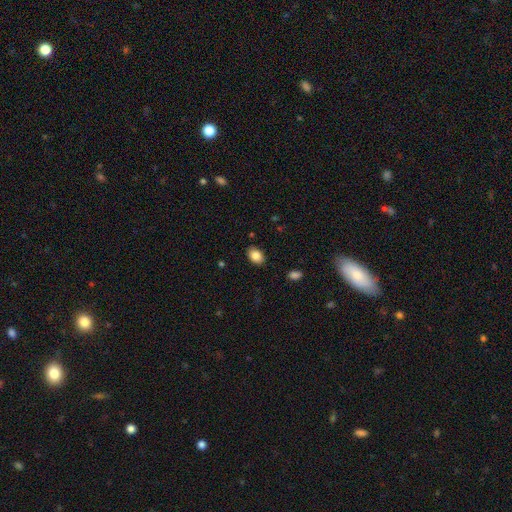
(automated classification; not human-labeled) A smooth galaxy with no disk features (86%) that is in between round and cigar-shaped (81%). Merging: none (87%).